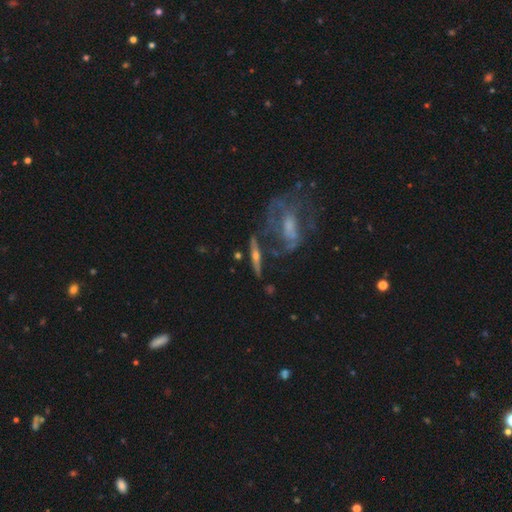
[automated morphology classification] This is likely a featured or disk galaxy (72%). It is clearly viewed edge-on (87%). Edge-on bulge: clearly rounded (91%). Merging: likely none (71%).